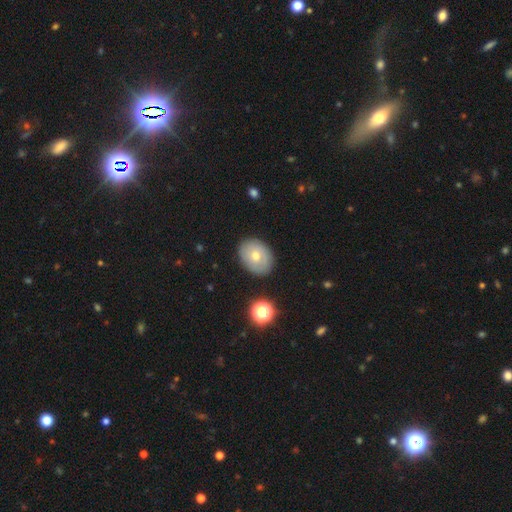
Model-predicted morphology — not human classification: smooth-or-featured: smooth: 62% | featured or disk: 28% | star or artifact: 10%
  how-rounded: in between: 61% | round: 38% | cigar-shaped: 1%
  merging: none: 85% | minor disturbance: 11% | major disturbance: 3% | merger: 2%